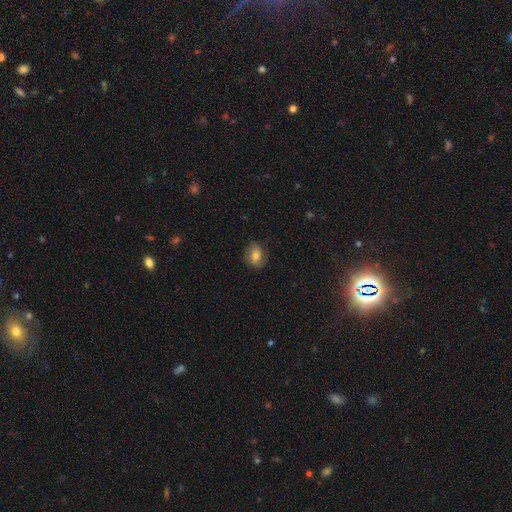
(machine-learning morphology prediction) Q: Smooth or featured?
A: smooth (50%); runner-up: featured or disk (41%)
Q: How rounded?
A: in between (65%); runner-up: round (32%)
Q: Merging?
A: none (76%); runner-up: minor disturbance (17%)